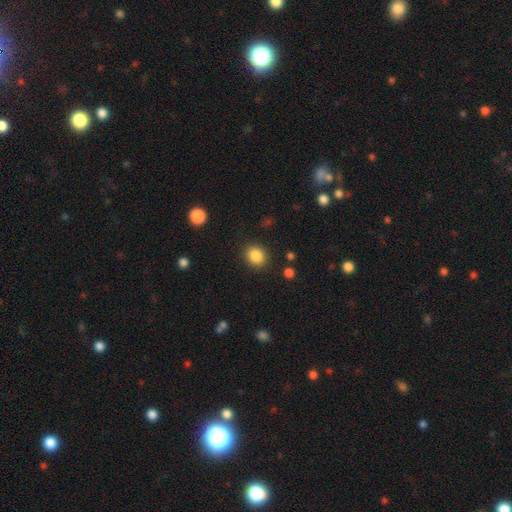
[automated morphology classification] Smooth or featured: smooth — 86% (star or artifact — 10%)
How rounded: round — 71% (in between — 28%)
Merging: none — 88% (minor disturbance — 8%)